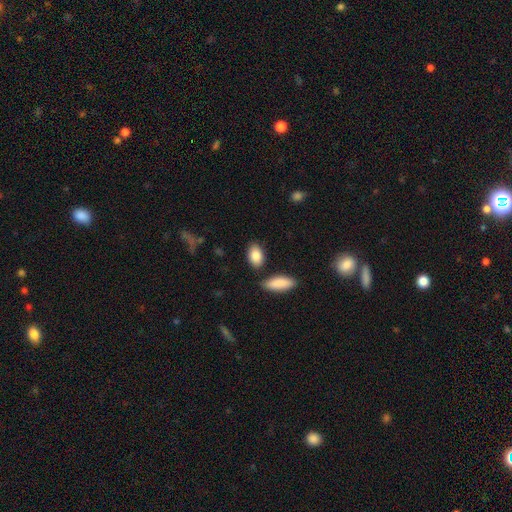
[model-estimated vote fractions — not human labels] The model was most divided on "merging": none: 79%, minor disturbance: 11%, merger: 7%, major disturbance: 3%. More confident: how rounded — in between (90%); smooth or featured — smooth (87%).